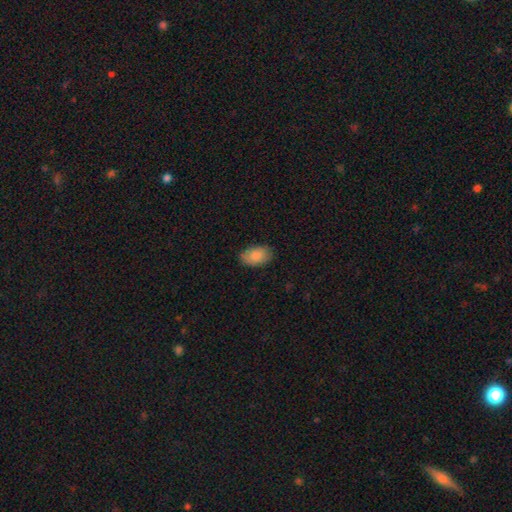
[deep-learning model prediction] Smooth or featured: smooth — 86% (featured or disk — 7%)
How rounded: in between — 91% (round — 8%)
Merging: none — 84% (minor disturbance — 12%)